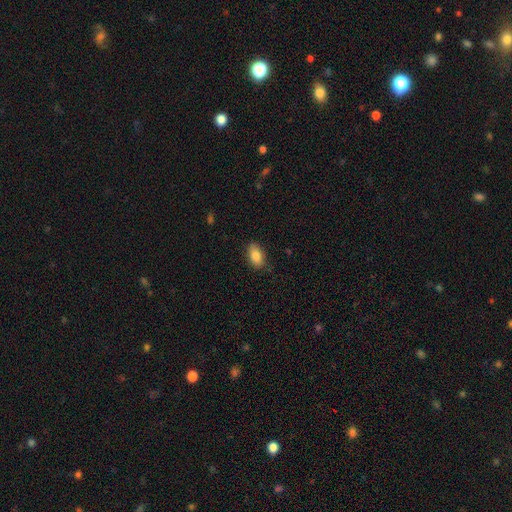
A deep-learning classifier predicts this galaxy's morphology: Smooth or featured?
  - smooth: 85% *
  - featured or disk: 8%
  - star or artifact: 7%
How rounded?
  - in between: 91% *
  - round: 6%
  - cigar-shaped: 4%
Merging?
  - none: 82% *
  - minor disturbance: 14%
  - major disturbance: 3%
  - merger: 1%